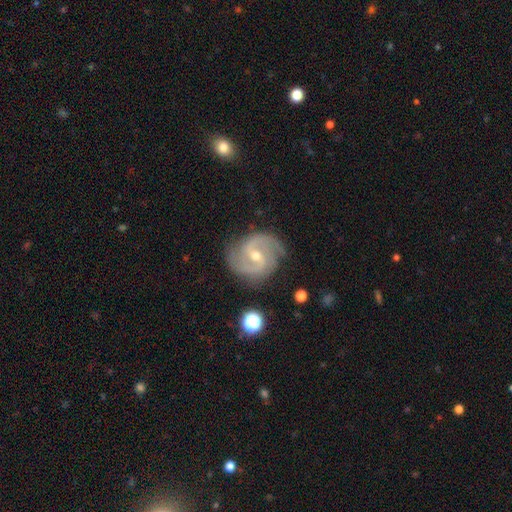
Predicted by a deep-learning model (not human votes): Smooth or featured?
  - featured or disk: 89% *
  - star or artifact: 5%
  - smooth: 5%
Edge-on disk?
  - no: 98% *
  - yes: 2%
Bar?
  - weak: 50% *
  - no: 28%
  - strong: 22%
Spiral arms?
  - yes: 97% *
  - no: 3%
Spiral winding?
  - medium: 53% *
  - tight: 33%
  - loose: 14%
Spiral arm count?
  - 2: 80% *
  - 3: 9%
  - can't tell: 5%
  - 4: 2%
  - 1: 2%
  - more than 4: 2%
Bulge size?
  - moderate: 51% *
  - small: 46%
  - large: 1%
  - none: 1%
  - dominant: 1%
Merging?
  - none: 79% *
  - minor disturbance: 15%
  - major disturbance: 4%
  - merger: 1%